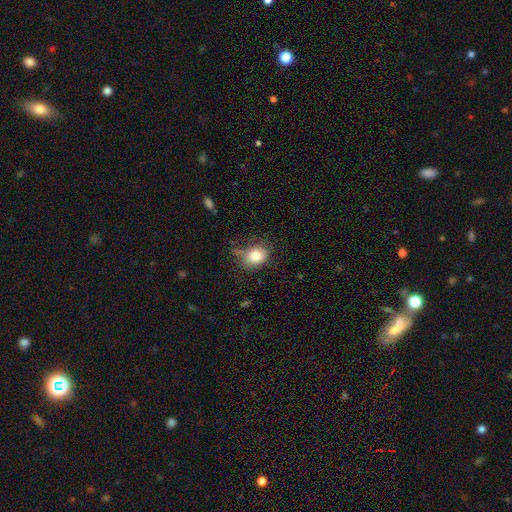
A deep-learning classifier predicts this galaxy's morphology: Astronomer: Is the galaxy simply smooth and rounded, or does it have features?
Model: smooth — 78%.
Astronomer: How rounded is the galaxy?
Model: round — 52% (runner-up: in between, 47%).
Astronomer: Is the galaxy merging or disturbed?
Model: none — 57%.